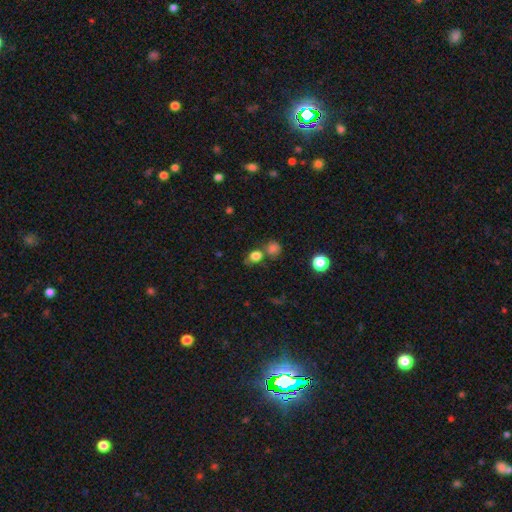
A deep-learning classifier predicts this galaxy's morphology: Overall: smooth (78%). How rounded: round (61%; in between 37%). Merging: none (51%; merger 29%).